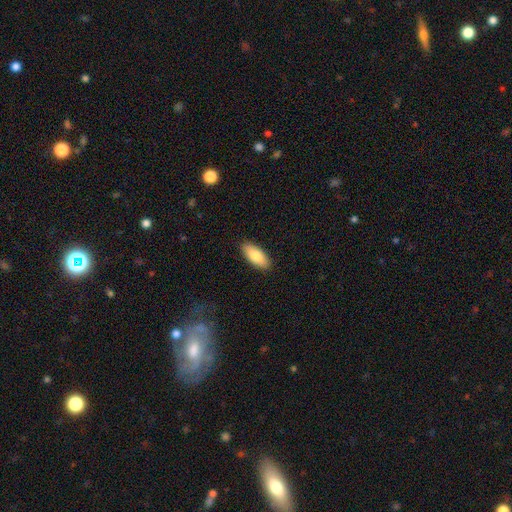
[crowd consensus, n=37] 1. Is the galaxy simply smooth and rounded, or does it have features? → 86% smooth, 11% featured or disk, 3% star or artifact.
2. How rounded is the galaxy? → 91% in between, 9% cigar-shaped, 0% round.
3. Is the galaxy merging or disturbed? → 92% none, 6% minor disturbance, 3% major disturbance, 0% merger.